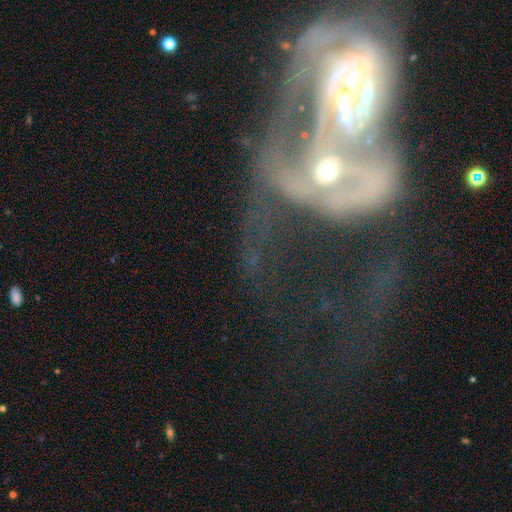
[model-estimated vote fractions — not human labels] Q: Smooth or featured?
A: featured or disk (71%); runner-up: star or artifact (15%)
Q: Edge-on disk?
A: no (94%); runner-up: yes (6%)
Q: Bar?
A: no (63%); runner-up: weak (23%)
Q: Spiral arms?
A: yes (65%); runner-up: no (35%)
Q: Bulge size?
A: moderate (49%); runner-up: small (34%)
Q: Merging?
A: merger (68%); runner-up: major disturbance (20%)